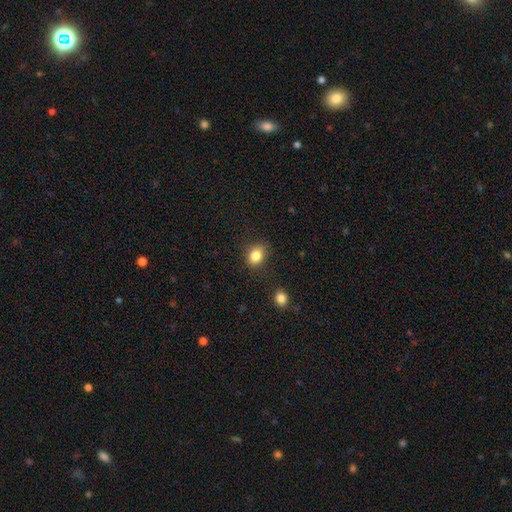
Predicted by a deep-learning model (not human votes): smooth_or_featured: smooth (p=0.84) [alt: star or artifact p=0.10]
how_rounded: round (p=0.50) [alt: in between p=0.49]
merging: none (p=0.81) [alt: minor disturbance p=0.13]